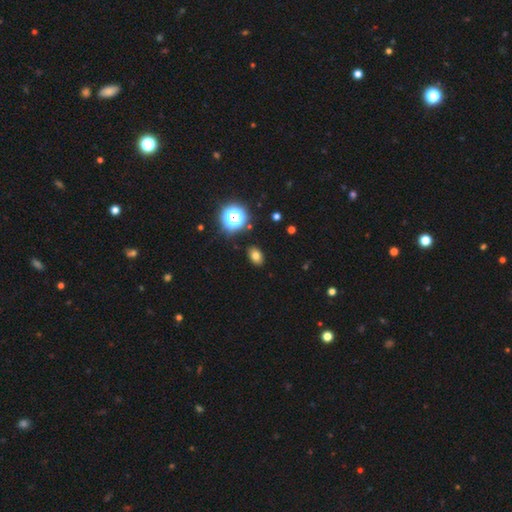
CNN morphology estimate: Smooth or featured? Predicted: smooth (p=0.76). How rounded? Predicted: in between (p=0.76). Merging? Predicted: none (p=0.88).